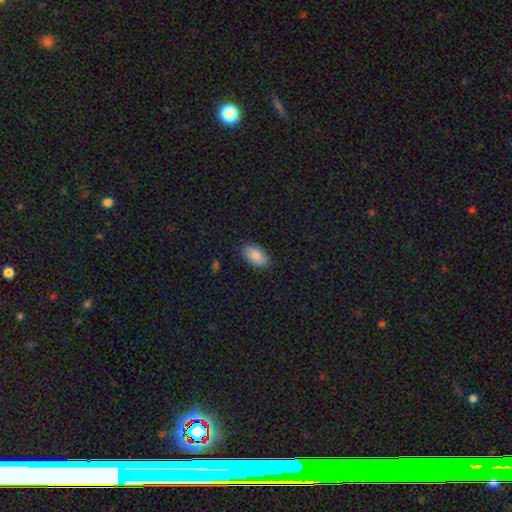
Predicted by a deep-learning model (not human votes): This is clearly a smooth galaxy (88%). How rounded: clearly in between (94%). Merging: clearly none (85%).